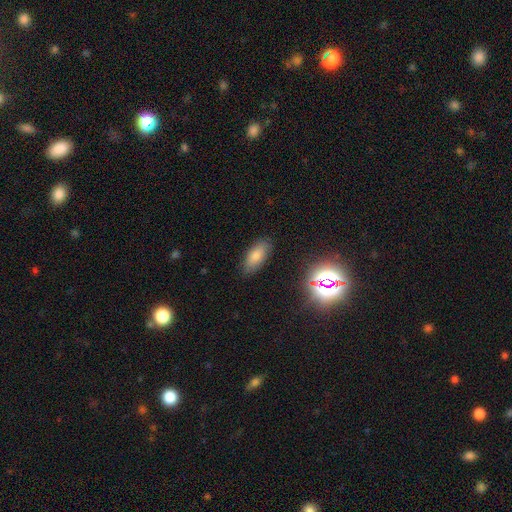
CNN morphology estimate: A smooth galaxy with no disk features (73%) that is in between round and cigar-shaped (87%).

Vote fractions:
- Smooth or featured? smooth: 73% / star or artifact: 16% / featured or disk: 11%
- How rounded? in between: 87% / cigar-shaped: 9% / round: 4%
- Merging? none: 84% / minor disturbance: 11% / major disturbance: 3% / merger: 1%